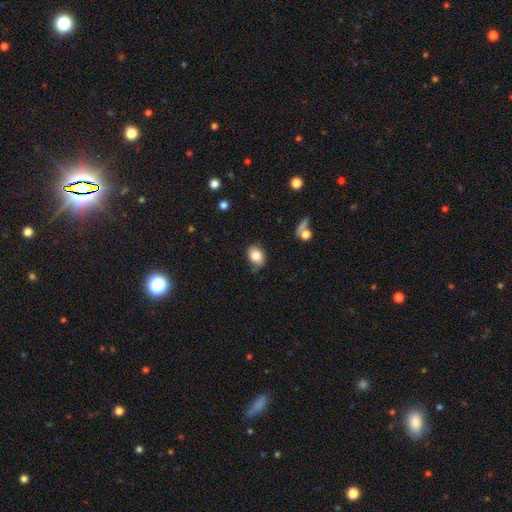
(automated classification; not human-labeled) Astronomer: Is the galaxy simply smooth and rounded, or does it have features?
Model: smooth — 83%.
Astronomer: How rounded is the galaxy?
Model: in between — 74%.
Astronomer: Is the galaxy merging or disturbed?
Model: none — 74%.